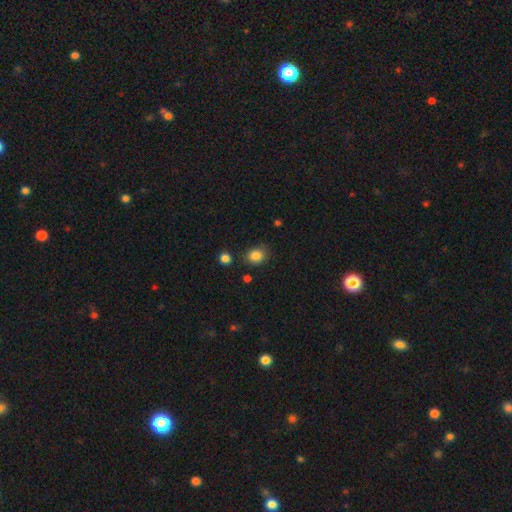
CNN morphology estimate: smooth 85%, star or artifact 11%, featured or disk 4%. Down the decision tree: how rounded — round (61%); merging — none (76%).